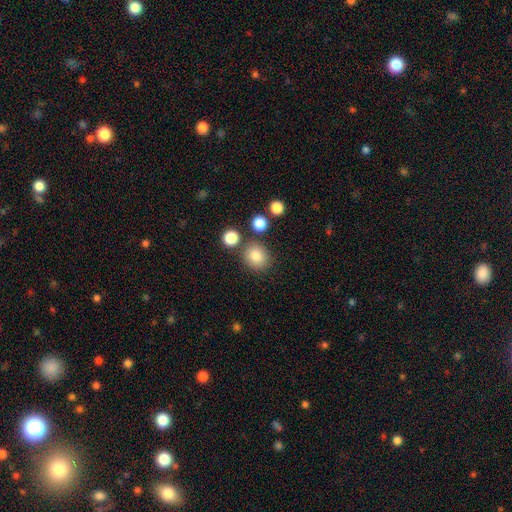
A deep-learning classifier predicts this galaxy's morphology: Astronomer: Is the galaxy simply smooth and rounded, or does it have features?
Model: smooth — 83%.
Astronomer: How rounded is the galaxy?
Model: round — 79%.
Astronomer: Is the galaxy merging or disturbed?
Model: none — 79%.